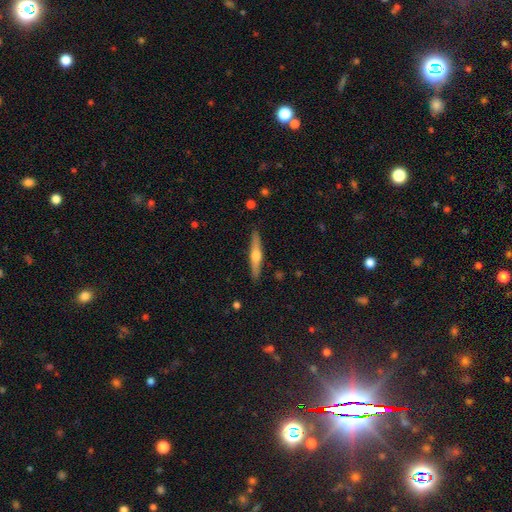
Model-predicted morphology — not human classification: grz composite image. It shows a featured or disk galaxy (62%) viewed edge-on (97%) with a rounded central bulge (93%). Merging: none (90%).